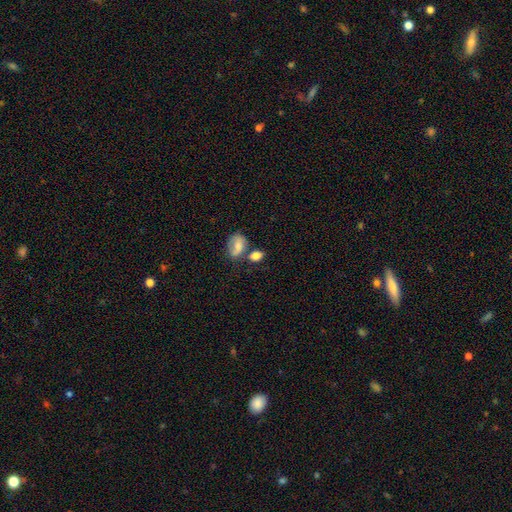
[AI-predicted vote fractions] Q: Smooth or featured?
A: smooth (79%); runner-up: featured or disk (12%)
Q: How rounded?
A: in between (72%); runner-up: round (26%)
Q: Merging?
A: none (47%); runner-up: merger (29%)